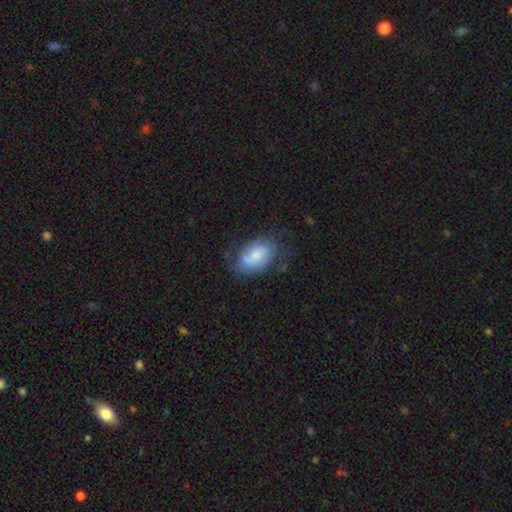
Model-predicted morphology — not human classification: Smooth or featured? smooth (59%)
How rounded? in between (91%)
Merging? none (53%)